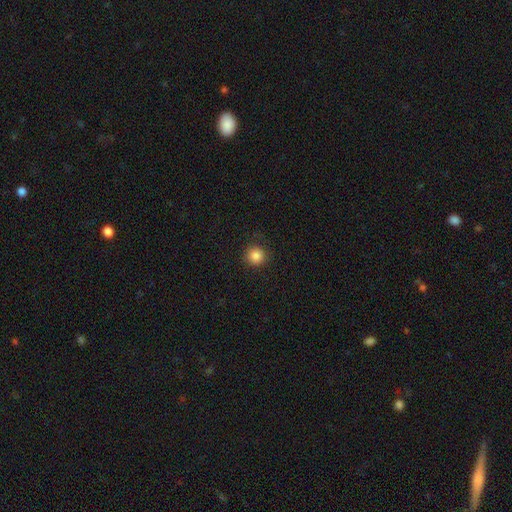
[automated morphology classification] Smooth or featured?
  - smooth: 85% *
  - star or artifact: 11%
  - featured or disk: 4%
How rounded?
  - round: 94% *
  - in between: 5%
  - cigar-shaped: 1%
Merging?
  - none: 88% *
  - minor disturbance: 8%
  - major disturbance: 3%
  - merger: 1%